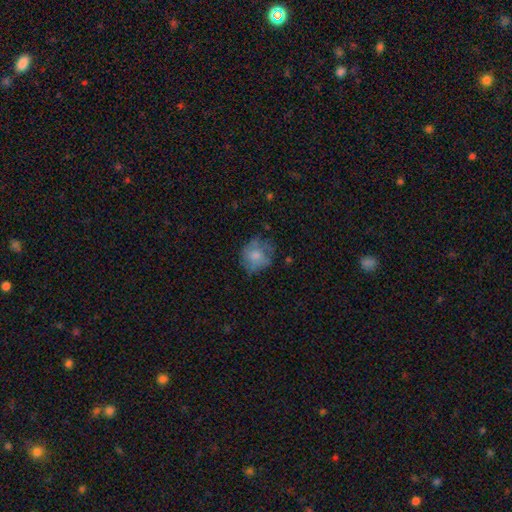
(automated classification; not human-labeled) Smooth or featured? Predicted: smooth (p=0.62). How rounded? Predicted: round (p=0.74). Merging? Predicted: none (p=0.58).